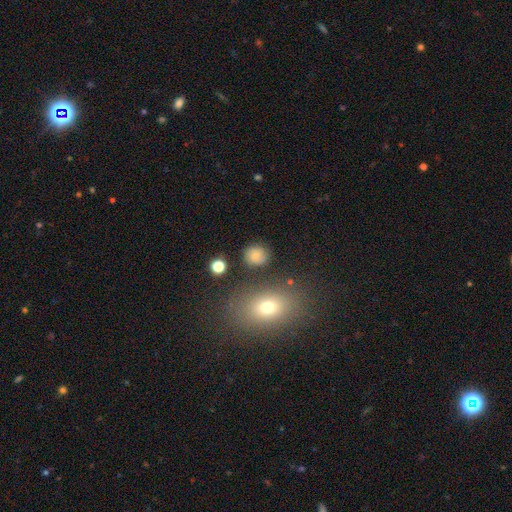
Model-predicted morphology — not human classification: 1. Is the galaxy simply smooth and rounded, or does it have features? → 76% smooth, 12% star or artifact, 12% featured or disk.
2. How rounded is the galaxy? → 80% round, 19% in between, 1% cigar-shaped.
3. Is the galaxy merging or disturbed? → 78% none, 13% minor disturbance, 5% major disturbance, 4% merger.